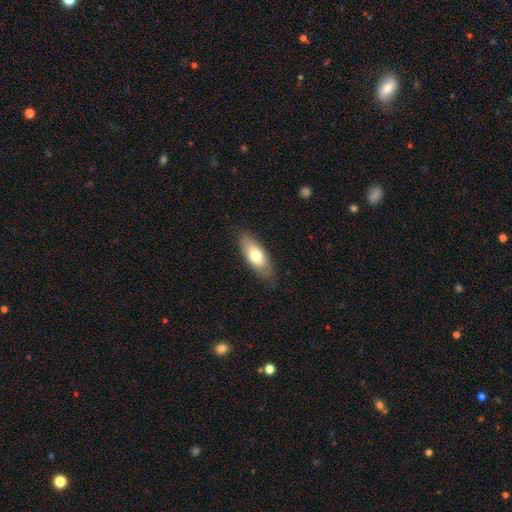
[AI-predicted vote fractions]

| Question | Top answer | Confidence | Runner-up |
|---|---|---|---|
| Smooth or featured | smooth | 69% | featured or disk (25%) |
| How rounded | in between | 78% | cigar-shaped (20%) |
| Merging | none | 81% | minor disturbance (15%) |